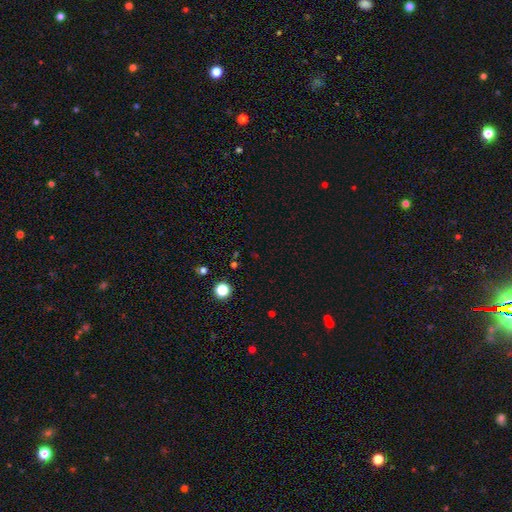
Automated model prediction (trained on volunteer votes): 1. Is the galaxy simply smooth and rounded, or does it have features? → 61% star or artifact, 32% smooth, 7% featured or disk.